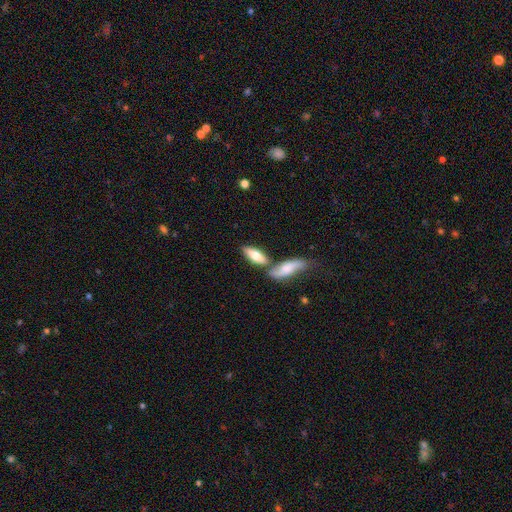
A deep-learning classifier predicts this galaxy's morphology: Smooth or featured? Predicted: smooth (p=0.71). How rounded? Predicted: in between (p=0.69). Merging? Predicted: none (p=0.51).